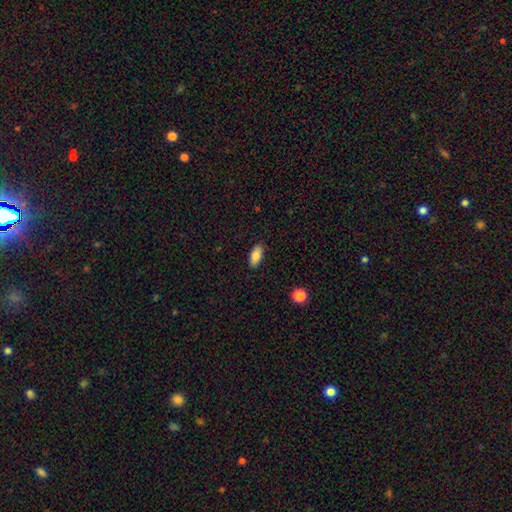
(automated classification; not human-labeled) Smooth or featured? Predicted: smooth (p=0.83). How rounded? Predicted: in between (p=0.88). Merging? Predicted: none (p=0.88).